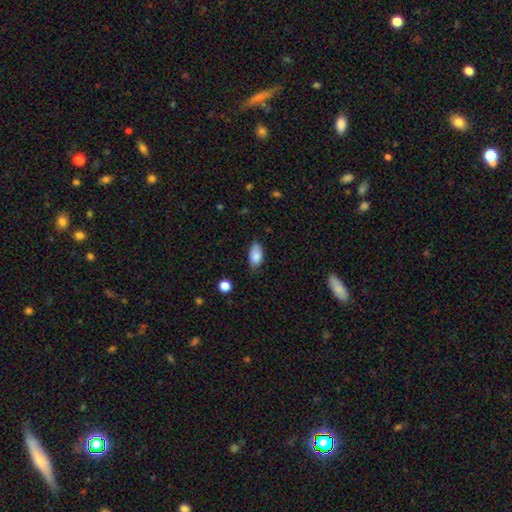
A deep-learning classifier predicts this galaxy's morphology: smooth_or_featured: smooth (p=0.85) [alt: star or artifact p=0.07]
how_rounded: in between (p=0.93) [alt: round p=0.04]
merging: none (p=0.67) [alt: minor disturbance p=0.27]